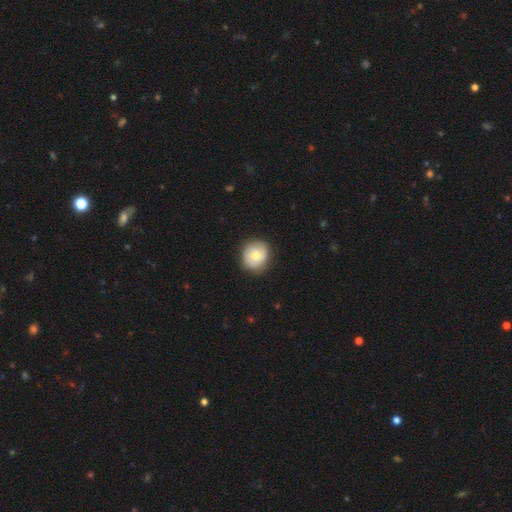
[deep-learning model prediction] A smooth galaxy with no disk features (65%) that is round (83%). Merging: none (83%).